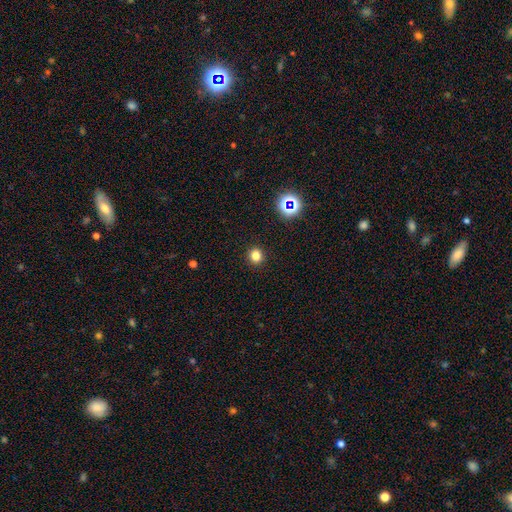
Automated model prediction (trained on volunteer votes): Morphology: type=smooth (79%); roundness=round (89%); merging=none (93%).